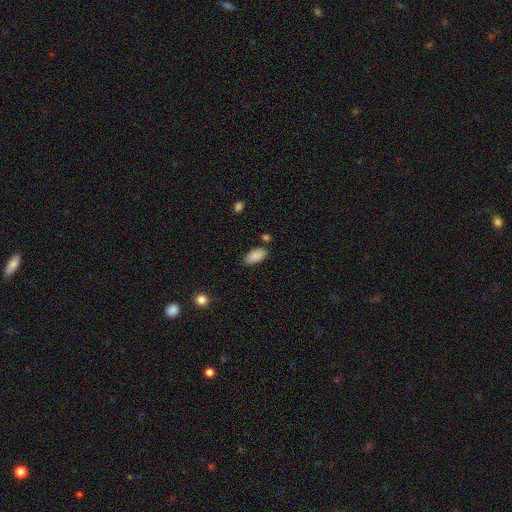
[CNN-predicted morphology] This appears to be a smooth galaxy with no disk features (89%) that is in between round and cigar-shaped (93%). Merging: none (78%).